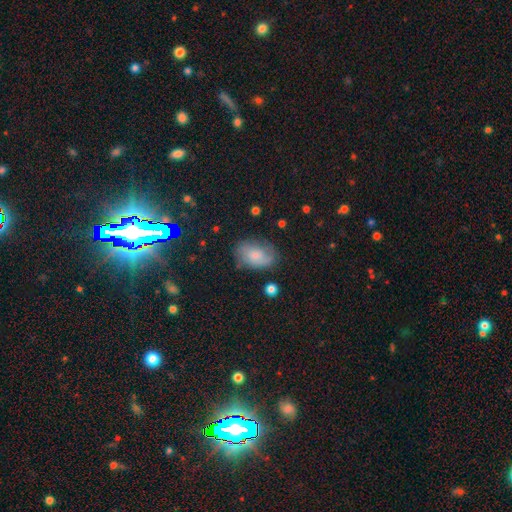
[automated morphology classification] smooth 50%, featured or disk 39%, star or artifact 10%. Down the decision tree: how rounded — in between (84%); merging — none (67%).